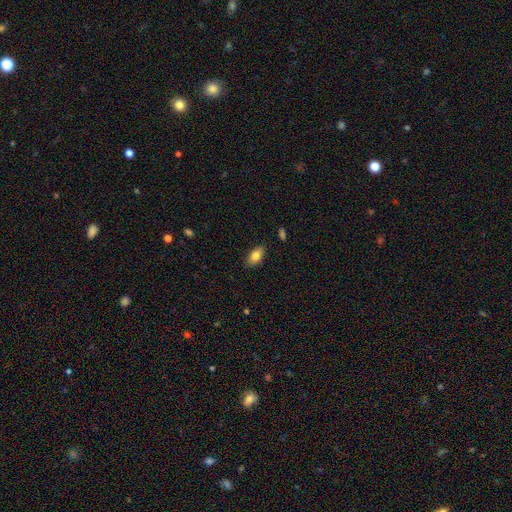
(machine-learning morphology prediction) Overall: smooth (81%). How rounded: in between (89%). Merging: none (84%).